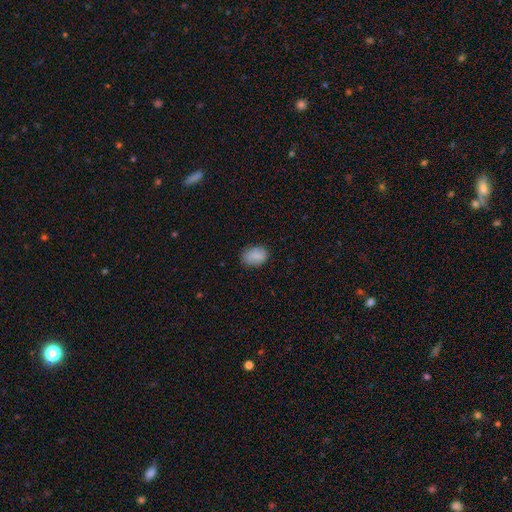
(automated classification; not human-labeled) This is clearly a smooth galaxy (84%). How rounded: likely in between (74%). Merging: likely none (80%).